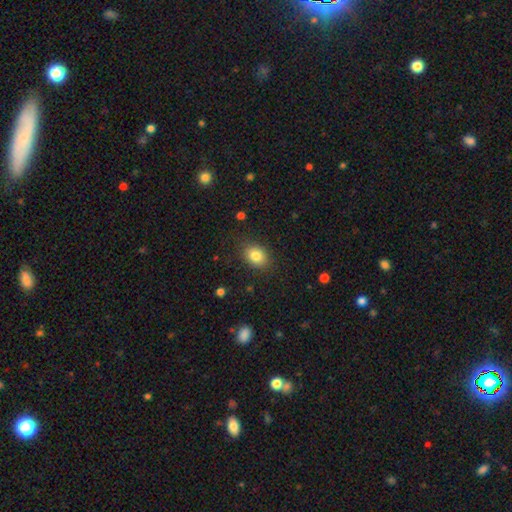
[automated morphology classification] smooth 83%, star or artifact 9%, featured or disk 7%. Down the decision tree: how rounded — in between (64%); merging — none (84%).